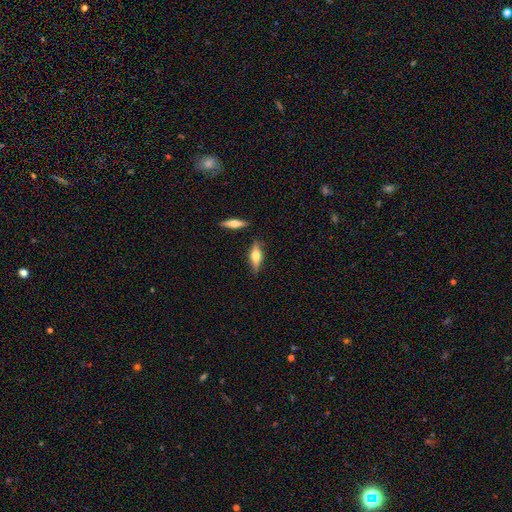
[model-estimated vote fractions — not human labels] The model was most divided on "smooth or featured": featured or disk: 50%, smooth: 44%, star or artifact: 7%. More confident: merging — none (81%).